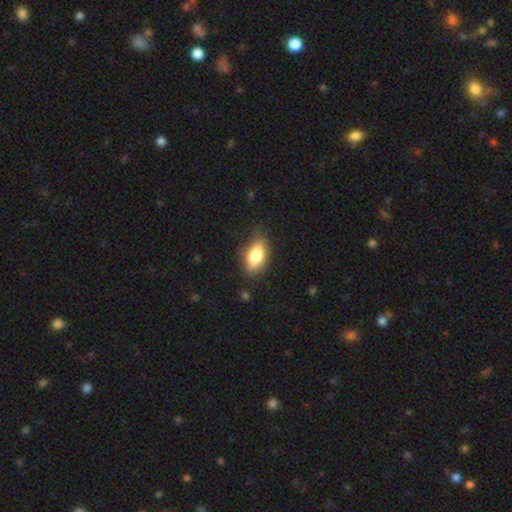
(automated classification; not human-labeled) The model was most divided on "merging": none: 76%, minor disturbance: 18%, major disturbance: 4%, merger: 2%. More confident: how rounded — in between (87%); smooth or featured — smooth (79%).